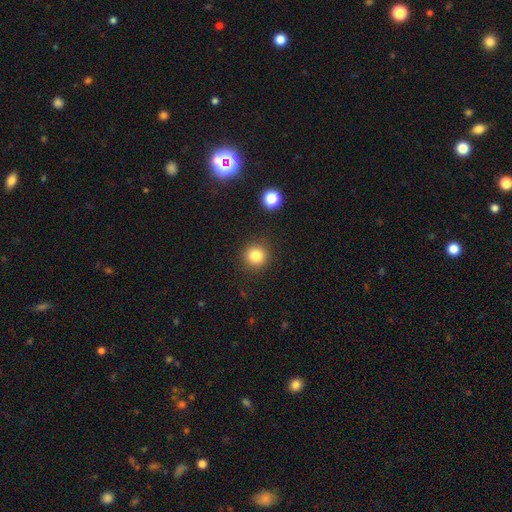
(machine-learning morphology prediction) The model was most divided on "smooth or featured": smooth: 82%, star or artifact: 12%, featured or disk: 6%. More confident: how rounded — round (93%); merging — none (90%).